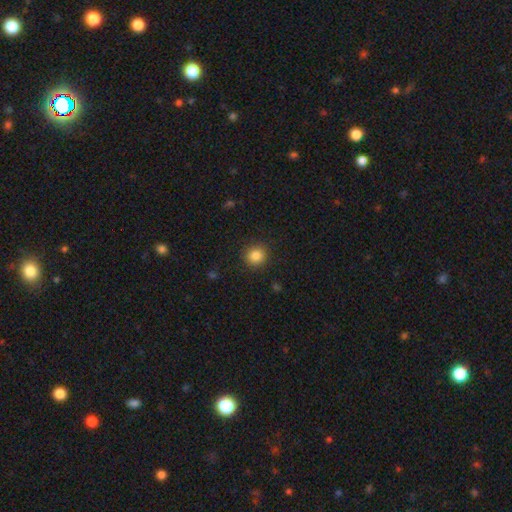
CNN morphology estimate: Smooth or featured: smooth — 85% (star or artifact — 11%)
How rounded: round — 88% (in between — 11%)
Merging: none — 89% (minor disturbance — 7%)